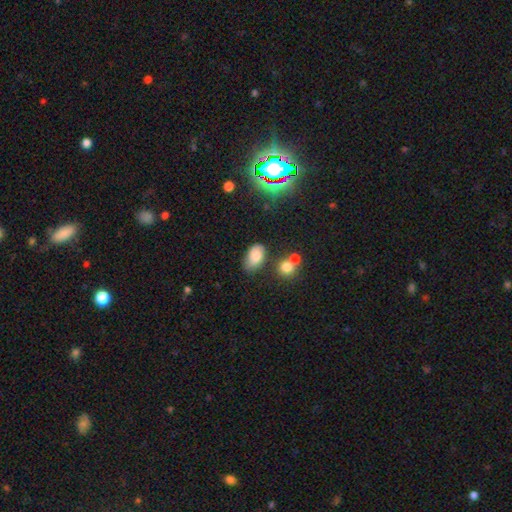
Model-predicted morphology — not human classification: smooth 75%, featured or disk 13%, star or artifact 12%. Down the decision tree: how rounded — in between (90%); merging — none (57%).